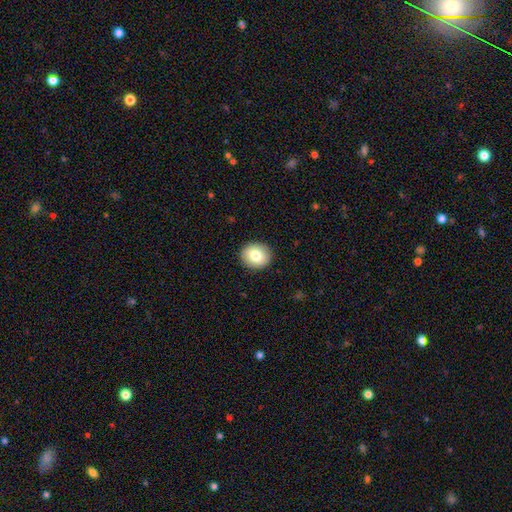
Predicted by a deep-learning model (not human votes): Q: Smooth or featured?
A: smooth (81%); runner-up: featured or disk (11%)
Q: How rounded?
A: round (75%); runner-up: in between (24%)
Q: Merging?
A: none (92%); runner-up: minor disturbance (6%)